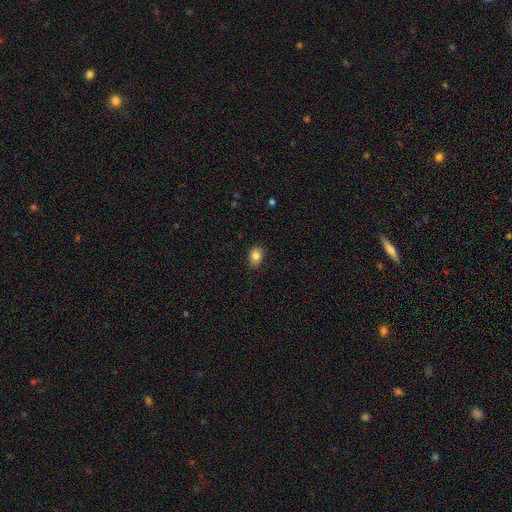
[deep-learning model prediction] Morphology: type=smooth (84%); roundness=in between (74%); merging=none (84%).